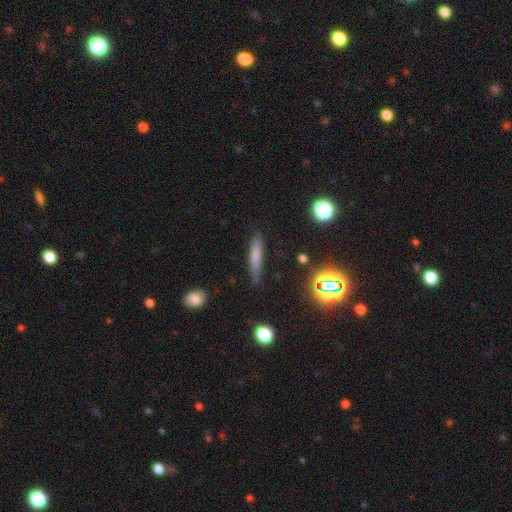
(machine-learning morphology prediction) Q: Smooth or featured?
A: smooth (67%); runner-up: featured or disk (22%)
Q: How rounded?
A: cigar-shaped (88%); runner-up: in between (10%)
Q: Merging?
A: none (81%); runner-up: minor disturbance (14%)